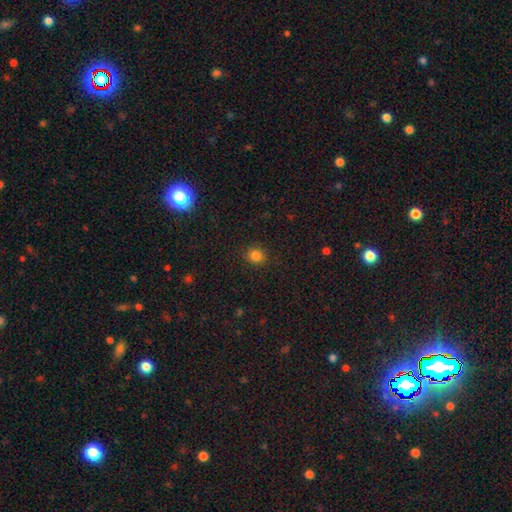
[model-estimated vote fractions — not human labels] The model was most divided on "how rounded": round: 79%, in between: 20%, cigar-shaped: 1%. More confident: merging — none (88%); smooth or featured — smooth (83%).